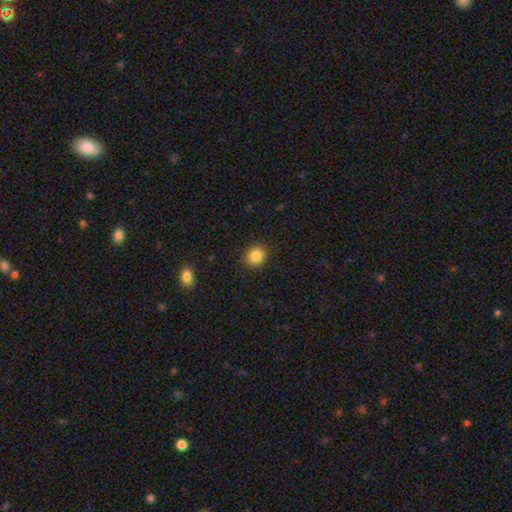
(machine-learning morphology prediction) This is clearly a smooth galaxy (85%). How rounded: likely round (79%). Merging: clearly none (90%).